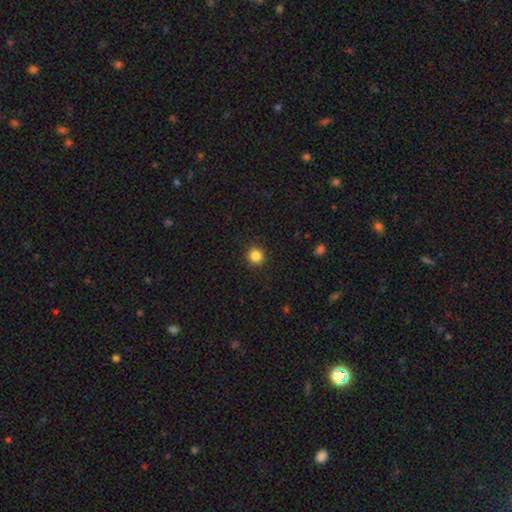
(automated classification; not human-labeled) smooth_or_featured: smooth (p=0.85) [alt: star or artifact p=0.11]
how_rounded: round (p=0.92) [alt: in between p=0.07]
merging: none (p=0.92) [alt: minor disturbance p=0.05]